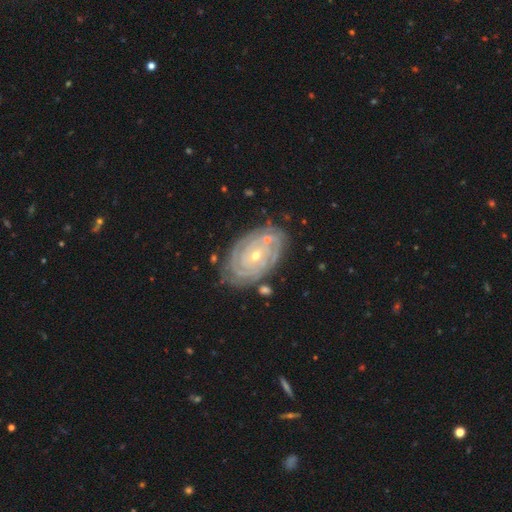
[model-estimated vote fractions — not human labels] smooth_or_featured: featured or disk (p=0.89) [alt: smooth p=0.06]
disk_edge_on: no (p=0.96) [alt: yes p=0.04]
bar: no (p=0.72) [alt: weak p=0.20]
has_spiral_arms: yes (p=0.97) [alt: no p=0.03]
spiral_winding: tight (p=0.88) [alt: medium p=0.10]
spiral_arm_count: can't tell (p=0.28) [alt: 2 p=0.22]
bulge_size: small (p=0.65) [alt: moderate p=0.33]
merging: none (p=0.74) [alt: minor disturbance p=0.17]